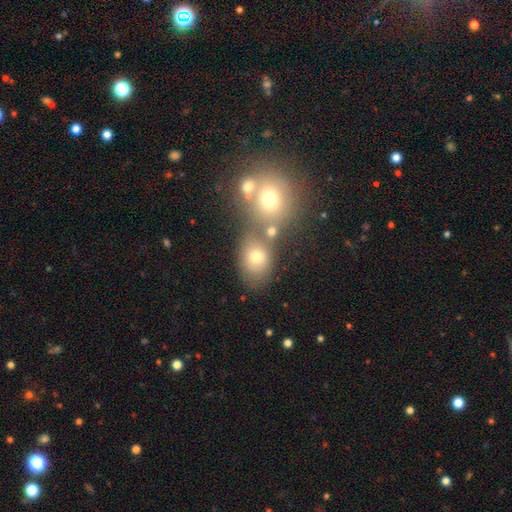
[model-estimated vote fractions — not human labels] Overall: smooth (68%). How rounded: round (51%; in between 48%). Merging: none (51%; merger 32%).